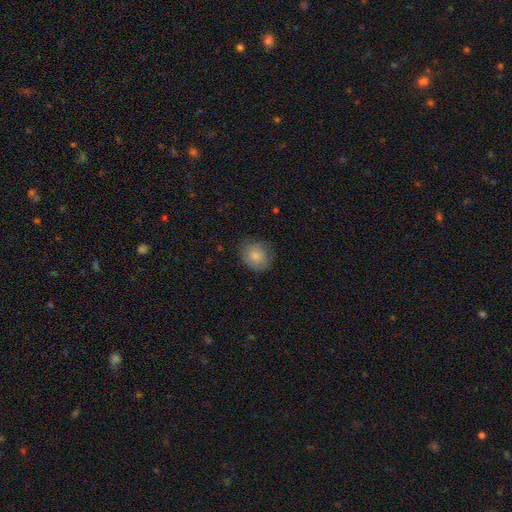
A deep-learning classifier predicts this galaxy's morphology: Smooth or featured? Predicted: smooth (p=0.82). How rounded? Predicted: round (p=0.69). Merging? Predicted: none (p=0.75).